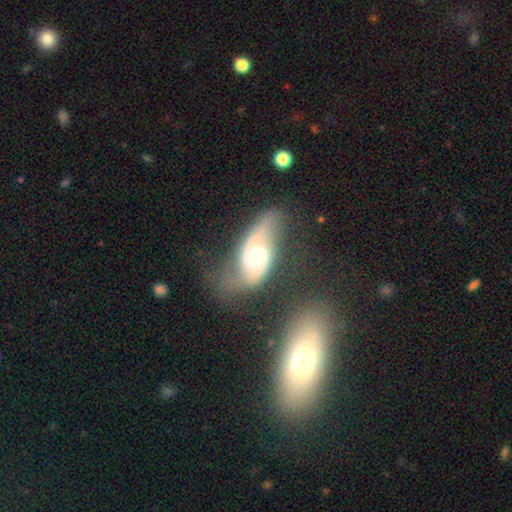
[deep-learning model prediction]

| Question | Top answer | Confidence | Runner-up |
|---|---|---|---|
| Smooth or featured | featured or disk | 81% | smooth (14%) |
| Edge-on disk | no | 93% | yes (7%) |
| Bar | weak | 49% | no (31%) |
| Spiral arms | yes | 91% | no (9%) |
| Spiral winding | loose | 43% | medium (42%) |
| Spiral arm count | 2 | 84% | can't tell (7%) |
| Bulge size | moderate | 59% | small (31%) |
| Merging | none | 49% | minor disturbance (25%) |